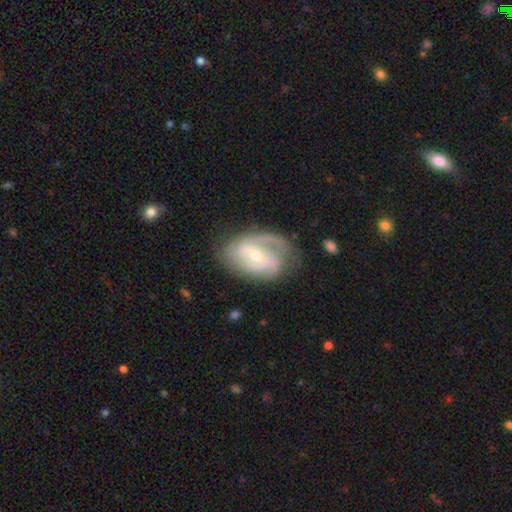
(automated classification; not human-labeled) Smooth or featured?
  - featured or disk: 80% *
  - smooth: 14%
  - star or artifact: 6%
Edge-on disk?
  - no: 96% *
  - yes: 4%
Bar?
  - no: 44% *
  - weak: 40%
  - strong: 15%
Spiral arms?
  - yes: 90% *
  - no: 10%
Spiral winding?
  - medium: 42% *
  - tight: 41%
  - loose: 17%
Spiral arm count?
  - 2: 48% *
  - can't tell: 21%
  - 1: 16%
  - 3: 11%
  - 4: 2%
  - more than 4: 2%
Bulge size?
  - moderate: 49% *
  - small: 47%
  - large: 2%
  - none: 1%
  - dominant: 1%
Merging?
  - none: 60% *
  - minor disturbance: 24%
  - major disturbance: 14%
  - merger: 2%